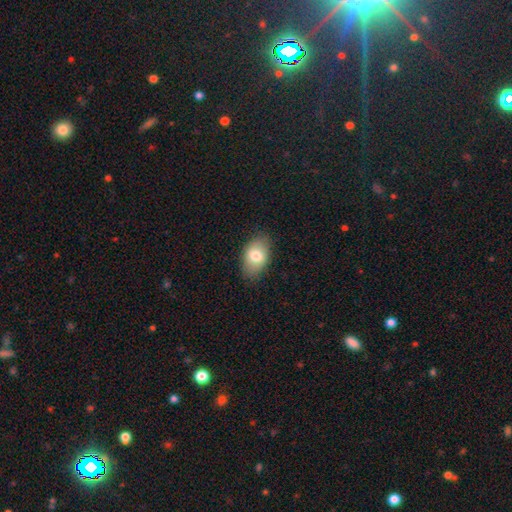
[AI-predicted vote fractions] Morphology: type=smooth (77%); roundness=in between (88%); merging=none (83%).